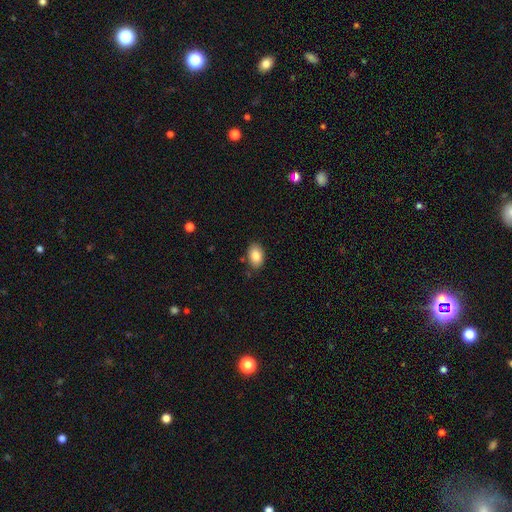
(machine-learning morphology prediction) type=smooth (86%); roundness=in between (90%); merging=none (83%).